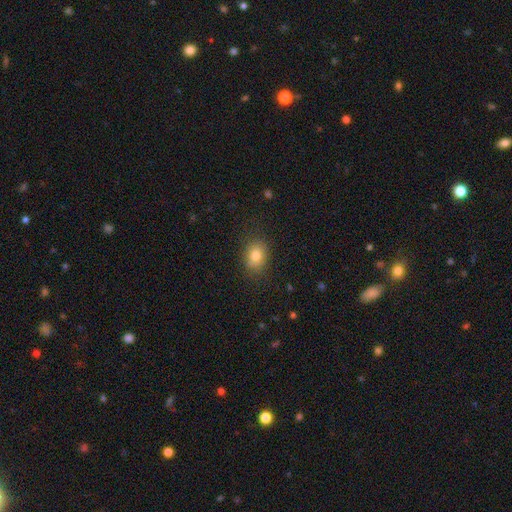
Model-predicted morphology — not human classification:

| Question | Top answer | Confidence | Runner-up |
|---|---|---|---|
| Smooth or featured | smooth | 81% | star or artifact (10%) |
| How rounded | in between | 69% | round (30%) |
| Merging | none | 82% | minor disturbance (13%) |